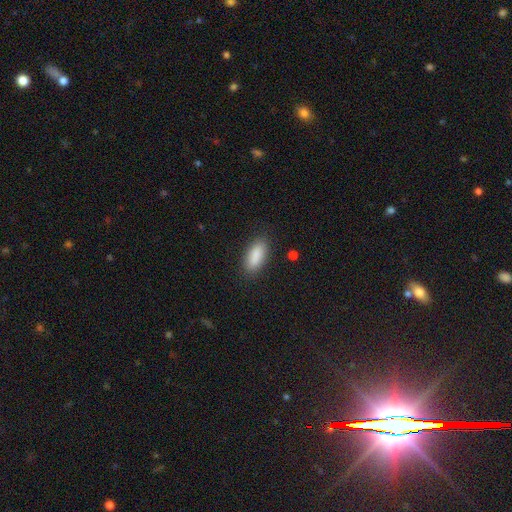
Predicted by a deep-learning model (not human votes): Smooth or featured? smooth (89%)
How rounded? in between (83%)
Merging? none (86%)